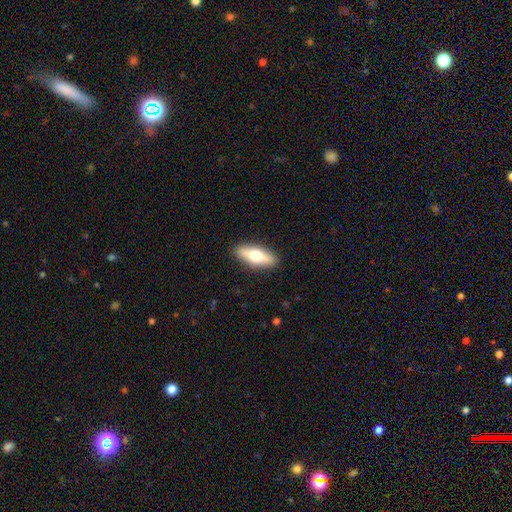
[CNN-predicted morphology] smooth-or-featured: smooth: 59% | featured or disk: 35% | star or artifact: 6%
  how-rounded: in between: 63% | cigar-shaped: 34% | round: 3%
  merging: none: 90% | minor disturbance: 8% | major disturbance: 2% | merger: 1%